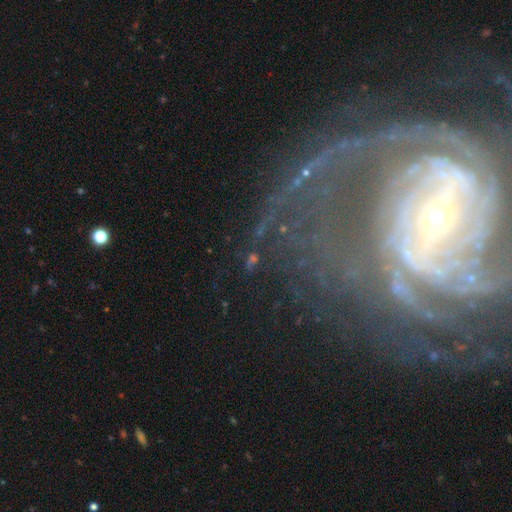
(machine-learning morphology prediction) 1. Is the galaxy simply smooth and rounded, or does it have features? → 77% featured or disk, 14% star or artifact, 9% smooth.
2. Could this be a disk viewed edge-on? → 93% no, 7% yes.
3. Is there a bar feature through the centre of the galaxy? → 38% strong, 31% no, 31% weak.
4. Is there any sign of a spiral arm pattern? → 86% yes, 14% no.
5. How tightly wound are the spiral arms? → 57% tight, 30% medium, 14% loose.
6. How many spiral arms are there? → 28% 2 (tied), 28% can't tell (tied), 13% 3, 10% 4, 10% more than 4, 10% 1.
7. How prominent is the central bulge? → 60% small, 31% moderate, 4% large, 3% none, 2% dominant.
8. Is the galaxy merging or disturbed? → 64% none, 17% major disturbance, 14% minor disturbance, 4% merger.